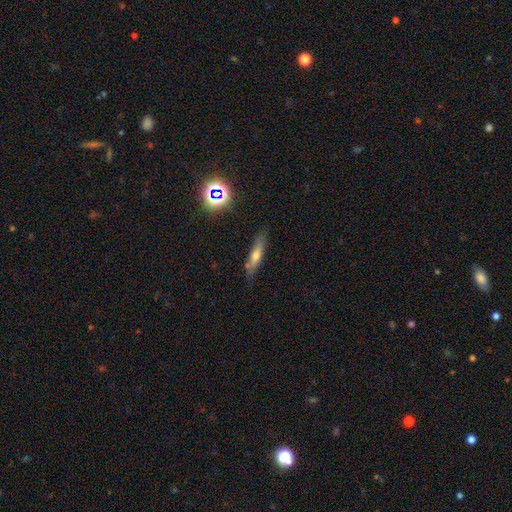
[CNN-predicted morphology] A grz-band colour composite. It shows a smooth galaxy with no disk features (51%) that is cigar-shaped (78%). Merging: none (80%).